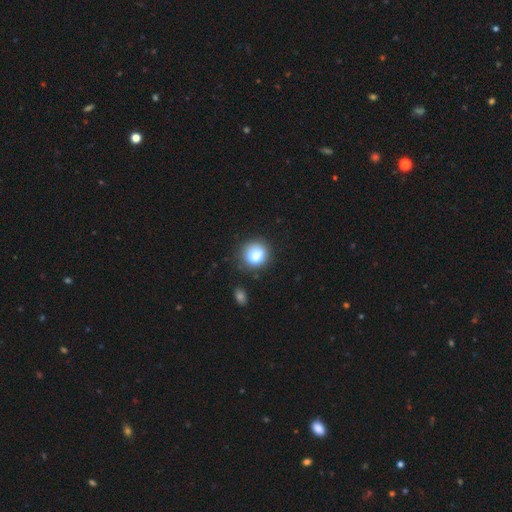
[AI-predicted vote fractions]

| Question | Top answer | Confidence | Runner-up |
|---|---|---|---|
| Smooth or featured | smooth | 79% | featured or disk (11%) |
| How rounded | round | 80% | in between (19%) |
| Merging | none | 76% | minor disturbance (15%) |